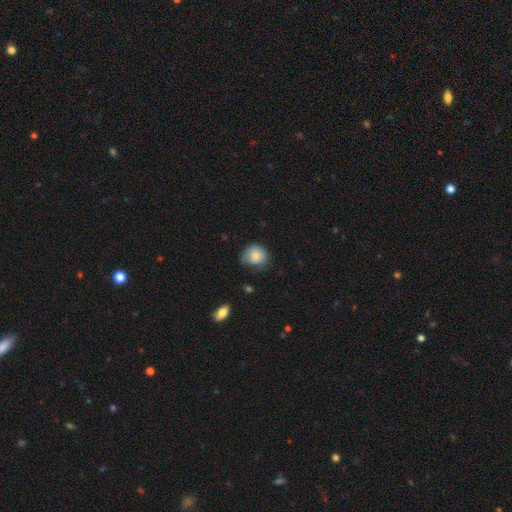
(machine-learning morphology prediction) Smooth or featured? smooth (81%)
How rounded? round (72%)
Merging? none (52%)